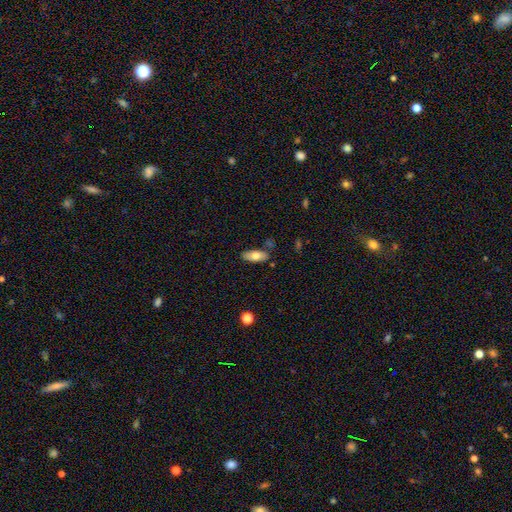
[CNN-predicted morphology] smooth-or-featured: smooth: 71% | featured or disk: 22% | star or artifact: 7%
  how-rounded: in between: 85% | cigar-shaped: 12% | round: 3%
  merging: none: 79% | minor disturbance: 14% | merger: 4% | major disturbance: 3%